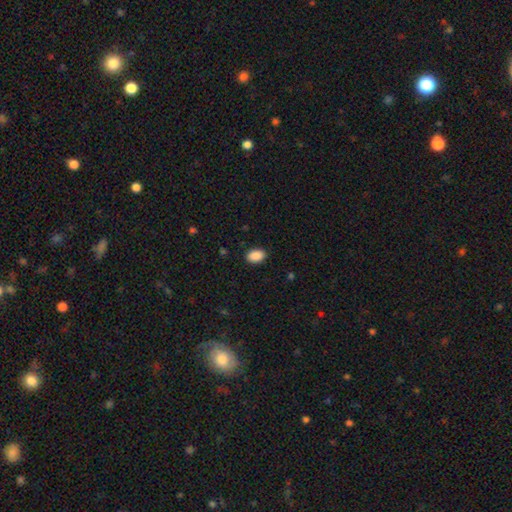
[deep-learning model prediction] A smooth galaxy with no disk features (90%) that is in between round and cigar-shaped (87%).

Vote fractions:
- Smooth or featured? smooth: 90% / star or artifact: 7% / featured or disk: 3%
- How rounded? in between: 87% / round: 12% / cigar-shaped: 1%
- Merging? none: 89% / minor disturbance: 8% / major disturbance: 2% / merger: 1%